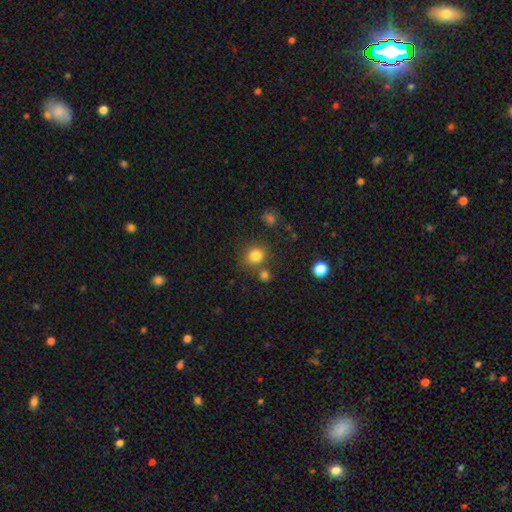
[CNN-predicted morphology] Q: Smooth or featured?
A: smooth (81%); runner-up: star or artifact (13%)
Q: How rounded?
A: round (87%); runner-up: in between (12%)
Q: Merging?
A: none (75%); runner-up: merger (12%)